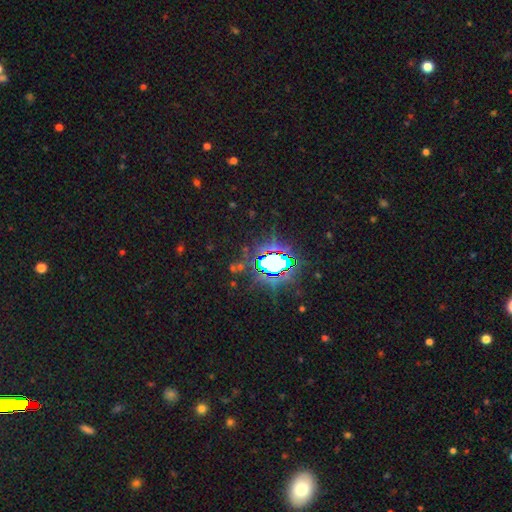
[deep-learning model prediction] smooth_or_featured: star or artifact (p=0.83) [alt: smooth p=0.10]